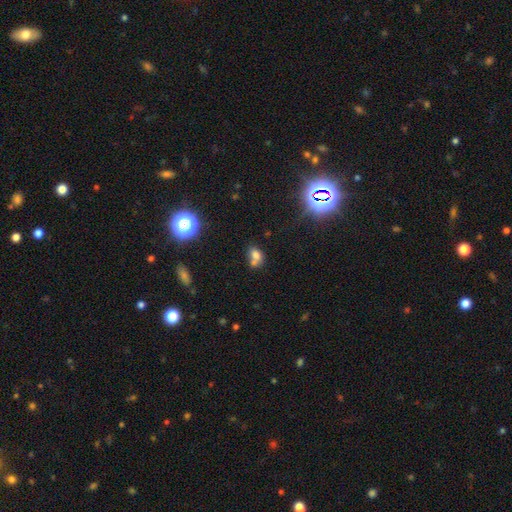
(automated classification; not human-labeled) Q: Smooth or featured?
A: smooth (69%); runner-up: star or artifact (16%)
Q: How rounded?
A: in between (63%); runner-up: round (36%)
Q: Merging?
A: merger (52%); runner-up: none (32%)